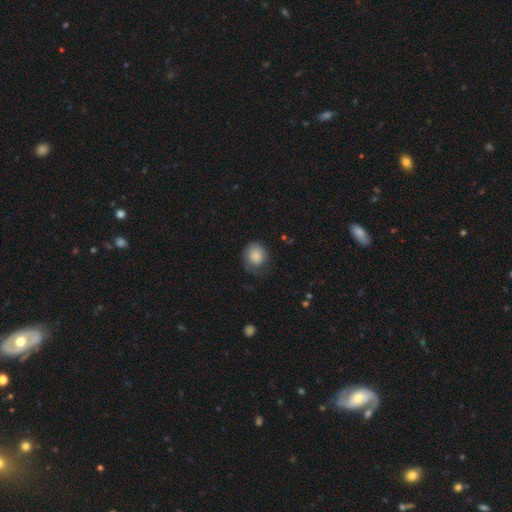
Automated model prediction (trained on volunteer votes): Overall: smooth (85%). How rounded: round (72%). Merging: none (59%; minor disturbance 26%).